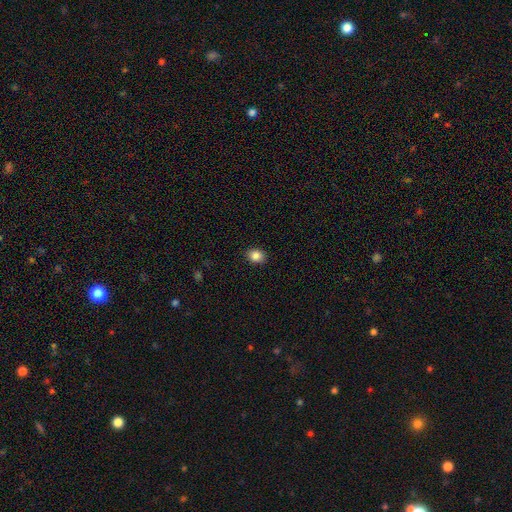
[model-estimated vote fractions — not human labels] This appears to be a smooth galaxy with no disk features (86%) that is in between round and cigar-shaped (56%). Merging: none (90%).